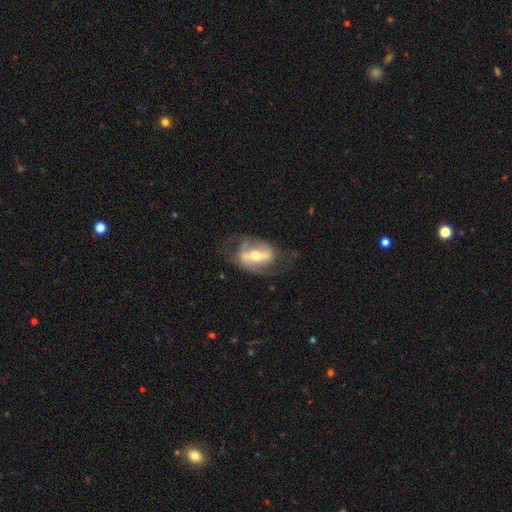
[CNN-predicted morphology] Q: Smooth or featured?
A: featured or disk (70%); runner-up: smooth (24%)
Q: Edge-on disk?
A: no (90%); runner-up: yes (10%)
Q: Bar?
A: strong (54%); runner-up: weak (28%)
Q: Spiral arms?
A: yes (64%); runner-up: no (36%)
Q: Bulge size?
A: moderate (63%); runner-up: small (26%)
Q: Merging?
A: none (55%); runner-up: minor disturbance (23%)